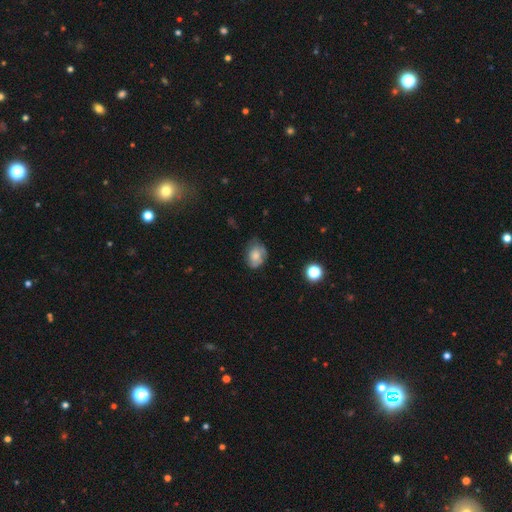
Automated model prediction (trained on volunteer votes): smooth-or-featured: smooth: 61% | featured or disk: 29% | star or artifact: 9%
  how-rounded: in between: 60% | round: 39% | cigar-shaped: 1%
  merging: none: 56% | minor disturbance: 31% | major disturbance: 11% | merger: 2%